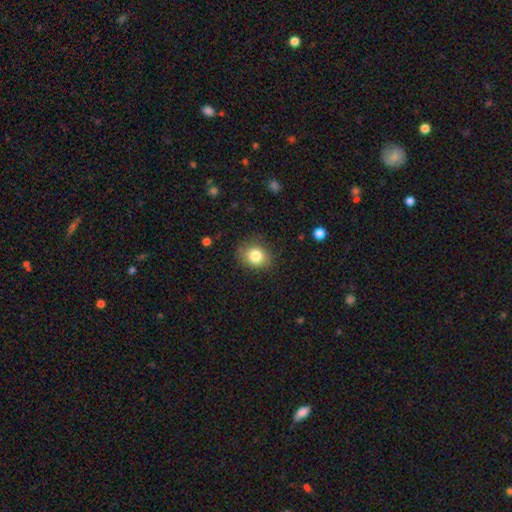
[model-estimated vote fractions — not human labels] A smooth galaxy with no disk features (82%) that is round (56%).

Vote fractions:
- Smooth or featured? smooth: 82% / star or artifact: 10% / featured or disk: 8%
- How rounded? round: 56% / in between: 43% / cigar-shaped: 1%
- Merging? none: 84% / minor disturbance: 12% / major disturbance: 3% / merger: 1%